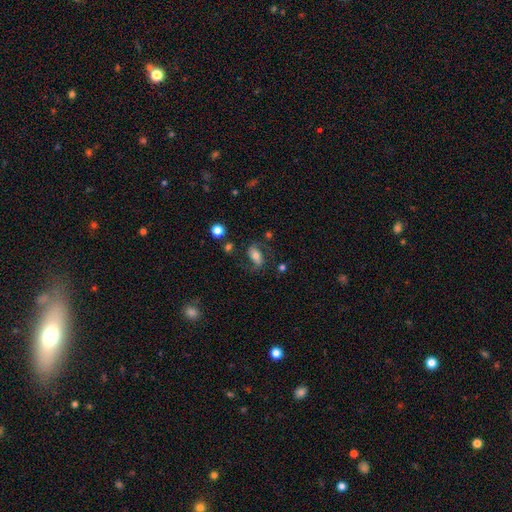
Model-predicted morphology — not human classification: Overall: featured or disk (47%; smooth 44%). Merging: none (63%).